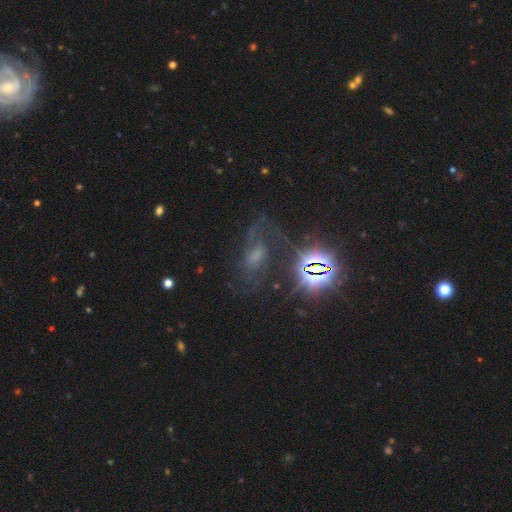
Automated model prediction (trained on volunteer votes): smooth_or_featured: featured or disk (p=0.52) [alt: star or artifact p=0.31]
disk_edge_on: no (p=0.92) [alt: yes p=0.08]
merging: none (p=0.48) [alt: major disturbance p=0.30]